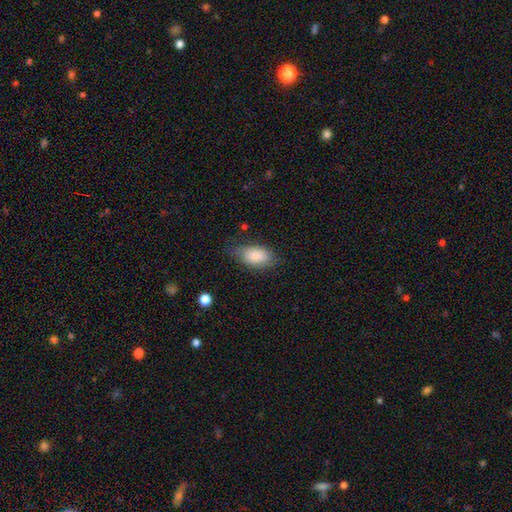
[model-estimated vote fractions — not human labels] This appears to be a smooth galaxy with no disk features (84%) that is in between round and cigar-shaped (92%). Merging: none (63%).